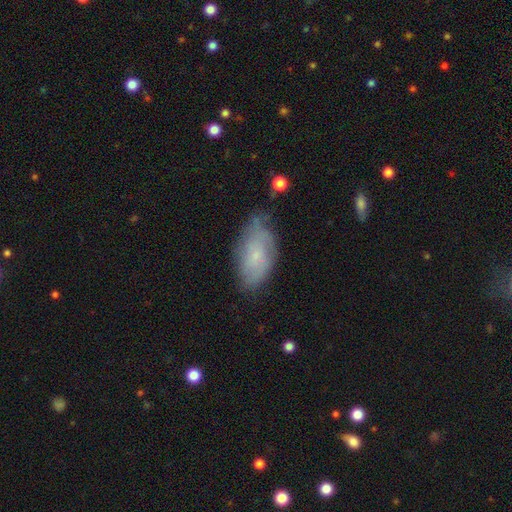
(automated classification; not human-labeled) smooth_or_featured: smooth (p=0.57) [alt: featured or disk p=0.35]
how_rounded: in between (p=0.92) [alt: cigar-shaped p=0.04]
merging: none (p=0.56) [alt: minor disturbance p=0.32]